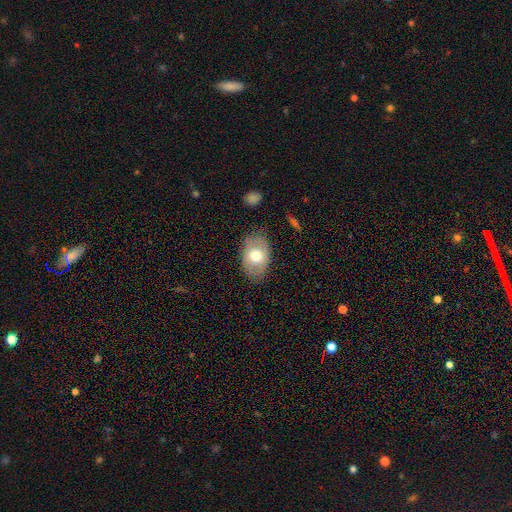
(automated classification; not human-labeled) This is likely a smooth galaxy (64%). How rounded: clearly in between (84%). Merging: likely none (78%).